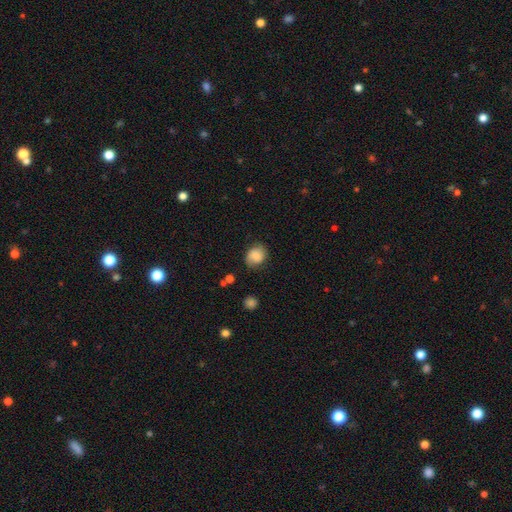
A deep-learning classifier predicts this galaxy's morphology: Smooth or featured?
  - smooth: 78% *
  - featured or disk: 13%
  - star or artifact: 9%
How rounded?
  - round: 58% *
  - in between: 41%
  - cigar-shaped: 1%
Merging?
  - none: 73% *
  - minor disturbance: 20%
  - major disturbance: 6%
  - merger: 2%